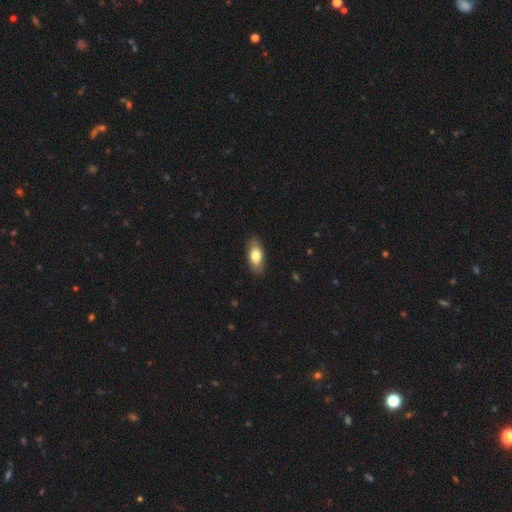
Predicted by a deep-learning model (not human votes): Smooth or featured? Predicted: smooth (p=0.76). How rounded? Predicted: in between (p=0.88). Merging? Predicted: none (p=0.86).